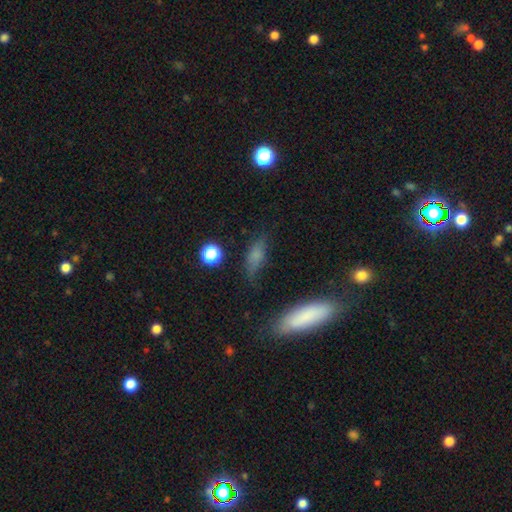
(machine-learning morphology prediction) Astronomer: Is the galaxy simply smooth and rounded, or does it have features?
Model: smooth — 65%.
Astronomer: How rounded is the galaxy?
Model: in between — 54% (runner-up: cigar-shaped, 38%).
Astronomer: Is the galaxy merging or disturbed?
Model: none — 67%.